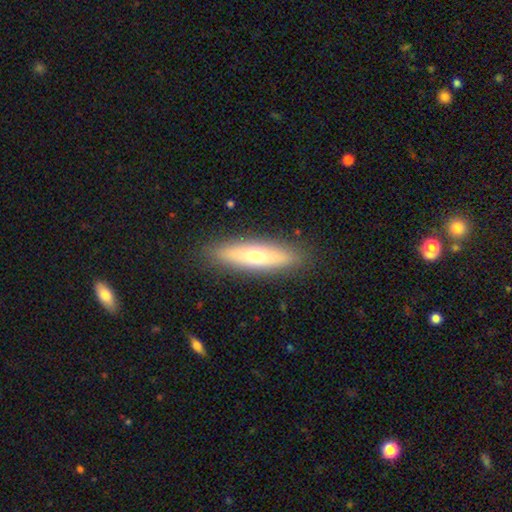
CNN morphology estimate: type=smooth (60%); roundness=cigar-shaped (70%); merging=none (88%).